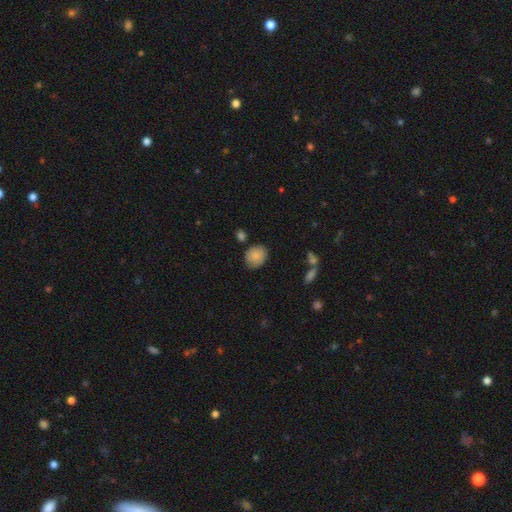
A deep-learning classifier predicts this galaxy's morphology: Overall: smooth (85%). How rounded: round (62%; in between 37%). Merging: none (76%).